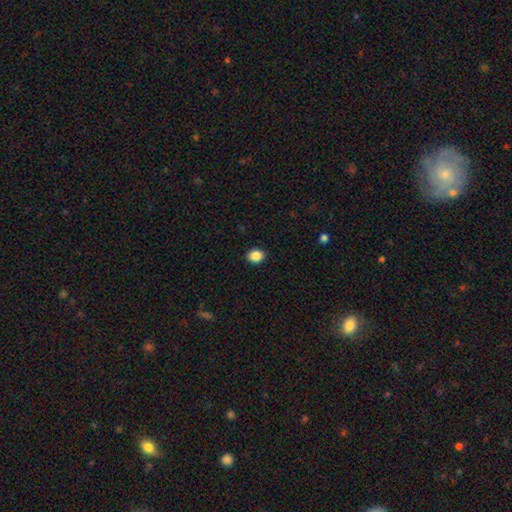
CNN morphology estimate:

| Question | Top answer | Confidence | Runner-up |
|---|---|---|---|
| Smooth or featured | smooth | 88% | star or artifact (9%) |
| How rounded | round | 64% | in between (35%) |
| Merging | none | 92% | minor disturbance (6%) |